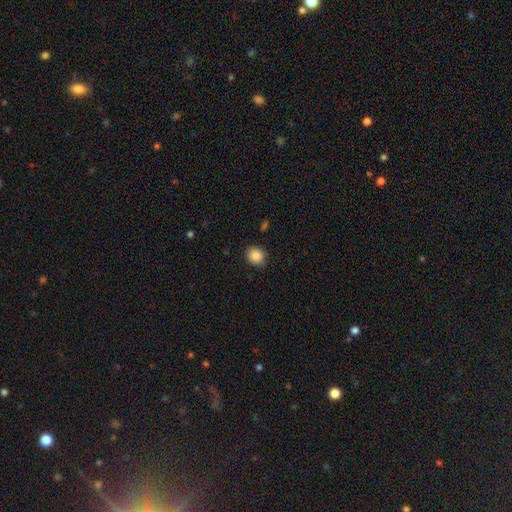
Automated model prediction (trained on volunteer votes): Overall: smooth (88%). How rounded: round (83%). Merging: none (89%).